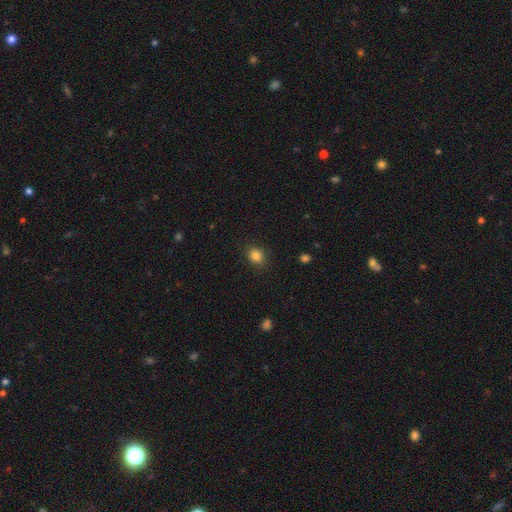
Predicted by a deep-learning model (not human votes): Overall: smooth (85%). How rounded: round (70%). Merging: none (87%).